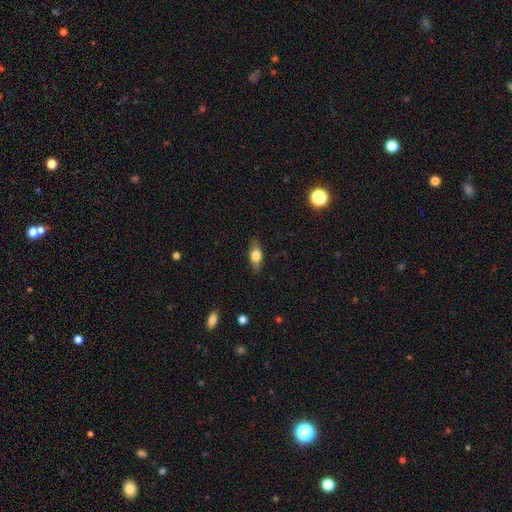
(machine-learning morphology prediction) type=smooth (67%); roundness=in between (77%); merging=none (84%).